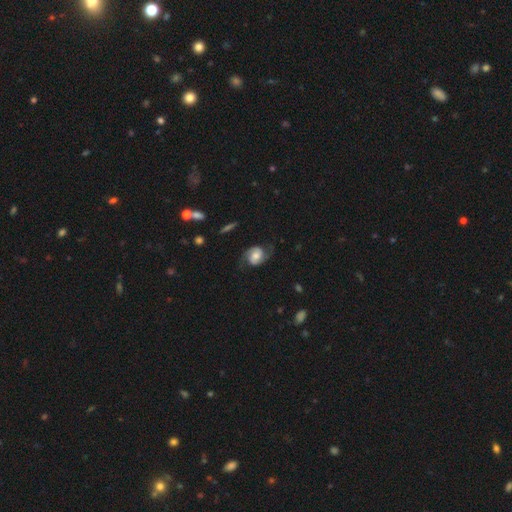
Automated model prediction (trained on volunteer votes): smooth-or-featured: featured or disk: 72% | smooth: 20% | star or artifact: 7%
  disk-edge-on: no: 97% | yes: 3%
    bar: no: 55% | weak: 35% | strong: 10%
    has-spiral-arms: yes: 94% | no: 6%
      spiral-winding: medium: 46% | loose: 34% | tight: 20%
      spiral-arm-count: 2: 91% | can't tell: 4% | 1: 2% | 3: 1% | 4: 1% | more than 4: 1%
    bulge-size: moderate: 51% | small: 21% | large: 20% | none: 6% | dominant: 3%
  merging: none: 71% | minor disturbance: 18% | major disturbance: 10% | merger: 1%